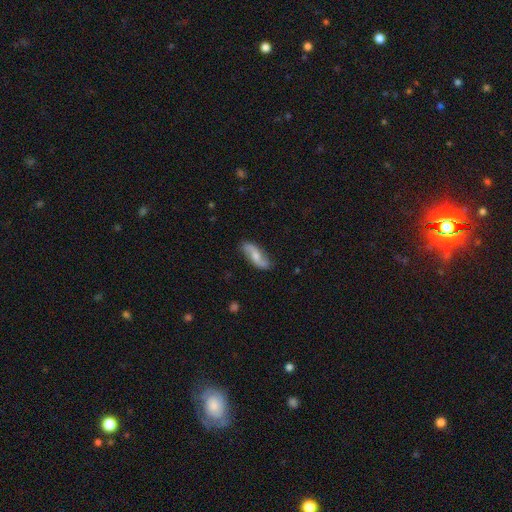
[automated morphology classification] This is possibly a featured or disk galaxy (60%). It is clearly not viewed edge-on (87%). Bar: possibly no (53%). Spiral arm pattern: clearly yes (90%). Central bulge: possibly moderate (49%). Merging: clearly none (81%).